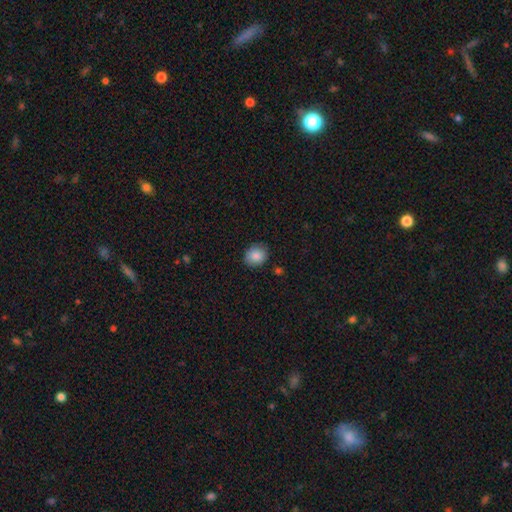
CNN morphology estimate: The model was most divided on "how rounded": round: 65%, in between: 34%, cigar-shaped: 1%. More confident: smooth or featured — smooth (87%); merging — none (85%).